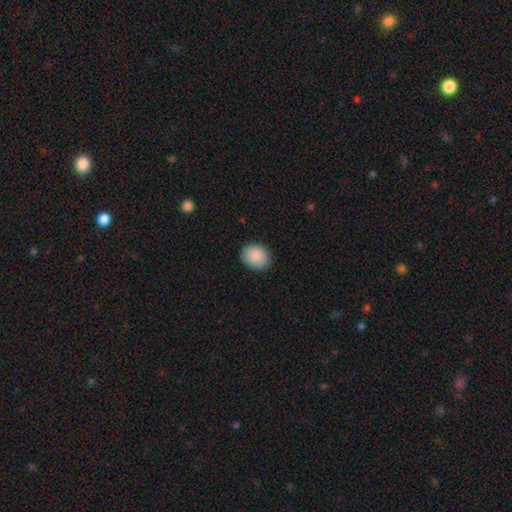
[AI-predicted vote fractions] A smooth galaxy with no disk features (89%) that is in between round and cigar-shaped (55%). Merging: none (88%).